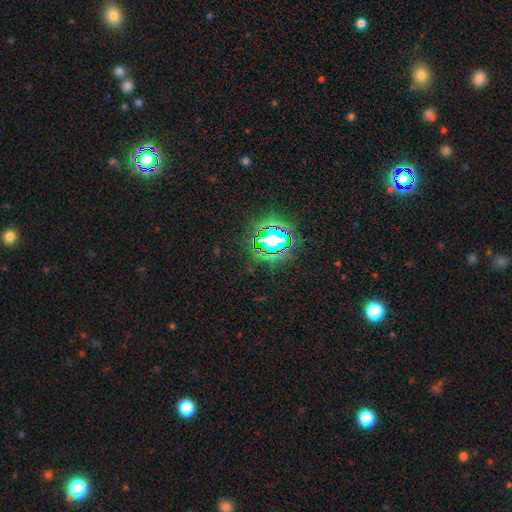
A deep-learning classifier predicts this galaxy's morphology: Overall: star or artifact (80%).